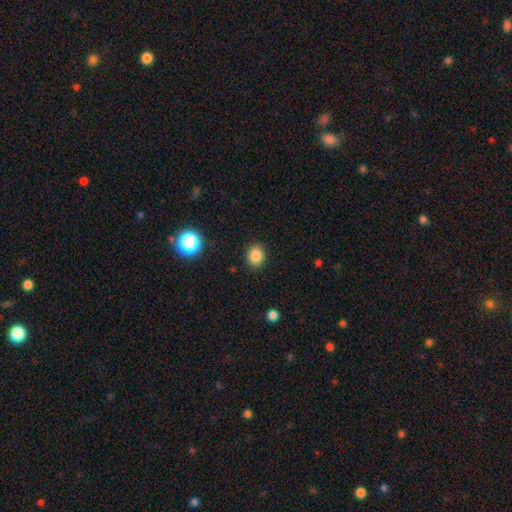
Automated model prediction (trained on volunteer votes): Smooth or featured: smooth — 84% (star or artifact — 11%)
How rounded: round — 64% (in between — 36%)
Merging: none — 90% (minor disturbance — 7%)